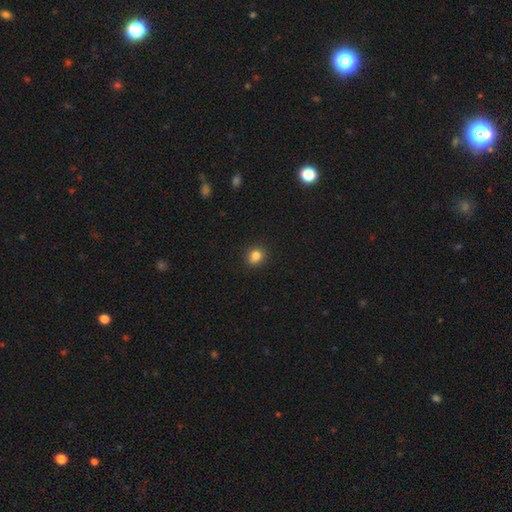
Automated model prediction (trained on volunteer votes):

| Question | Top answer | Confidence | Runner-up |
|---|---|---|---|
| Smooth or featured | smooth | 84% | star or artifact (12%) |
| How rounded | round | 67% | in between (32%) |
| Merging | none | 86% | minor disturbance (10%) |